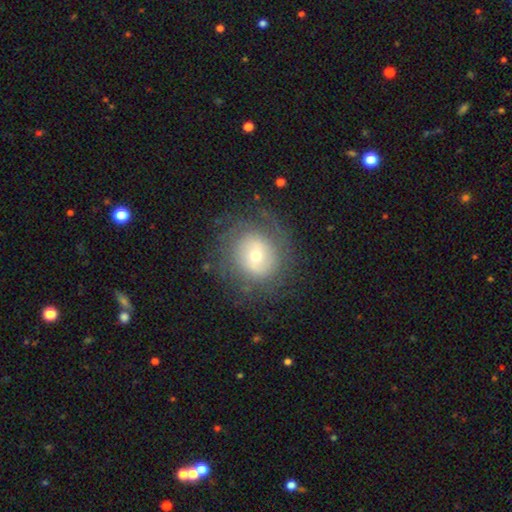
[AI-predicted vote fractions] smooth_or_featured: featured or disk (p=0.49) [alt: smooth p=0.41]
merging: none (p=0.72) [alt: minor disturbance p=0.16]